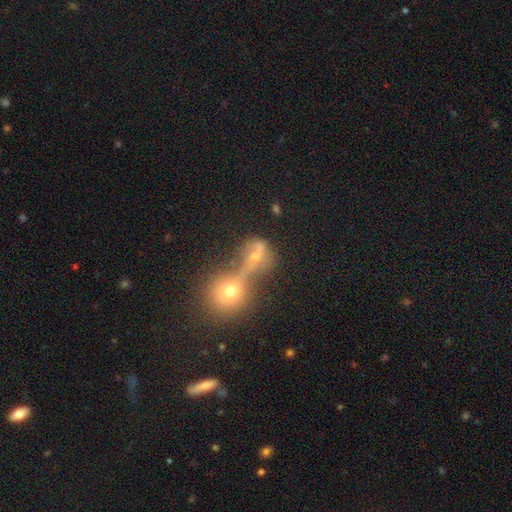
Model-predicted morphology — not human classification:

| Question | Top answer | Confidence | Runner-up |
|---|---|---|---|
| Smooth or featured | smooth | 47% | featured or disk (31%) |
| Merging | merger | 64% | none (21%) |